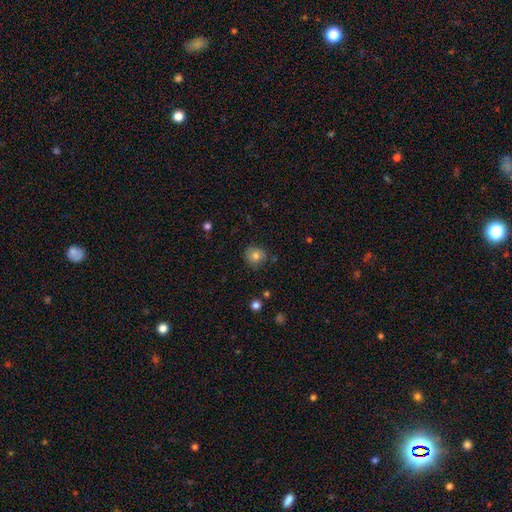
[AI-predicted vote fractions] Q: Smooth or featured?
A: smooth (78%); runner-up: star or artifact (11%)
Q: How rounded?
A: round (88%); runner-up: in between (12%)
Q: Merging?
A: none (81%); runner-up: minor disturbance (14%)